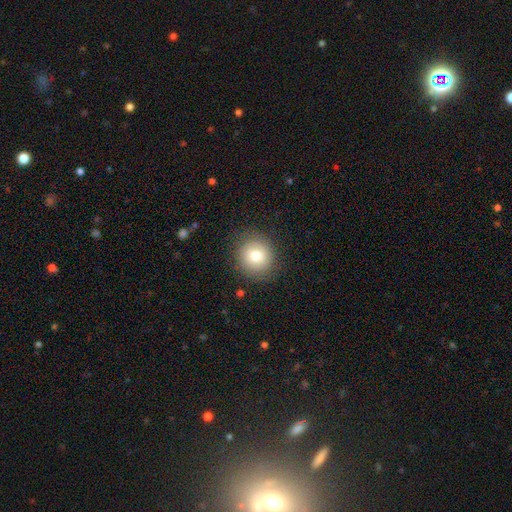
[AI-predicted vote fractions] Overall: smooth (76%). How rounded: round (88%). Merging: none (84%).